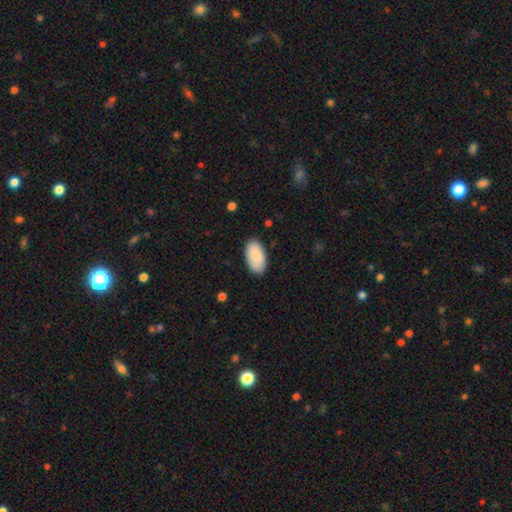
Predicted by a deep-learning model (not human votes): A smooth galaxy with no disk features (85%) that is in between round and cigar-shaped (96%). Merging: none (86%).